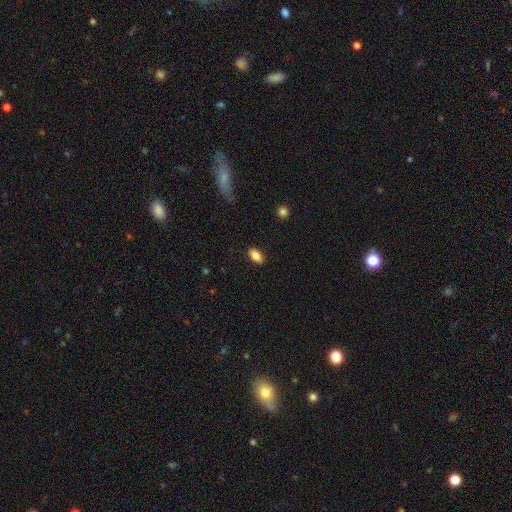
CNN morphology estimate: The model was most divided on "smooth or featured": smooth: 83%, featured or disk: 9%, star or artifact: 8%. More confident: how rounded — in between (91%); merging — none (89%).